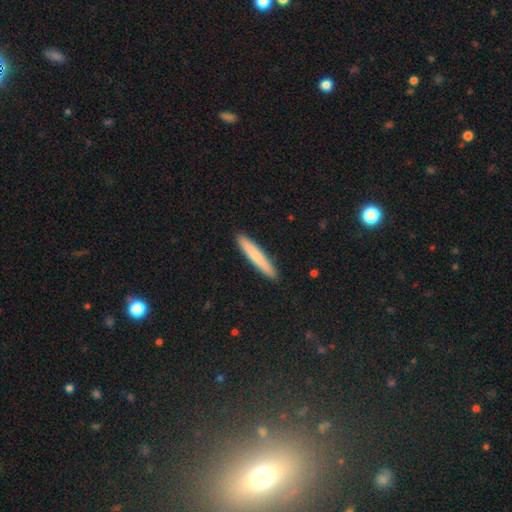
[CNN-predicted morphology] Smooth or featured? Predicted: smooth (p=0.76). How rounded? Predicted: cigar-shaped (p=0.94). Merging? Predicted: none (p=0.92).